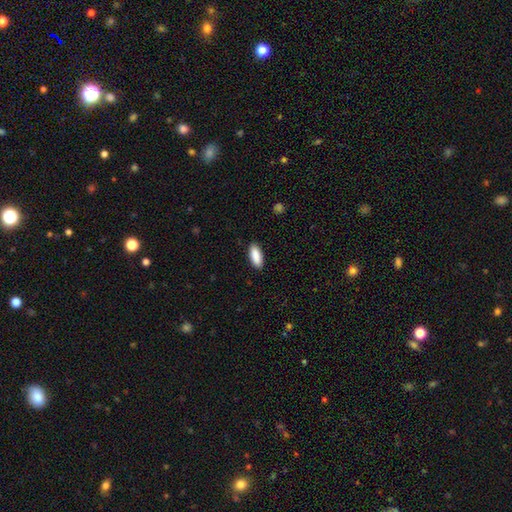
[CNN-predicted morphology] Smooth or featured? Predicted: smooth (p=0.90). How rounded? Predicted: in between (p=0.77). Merging? Predicted: none (p=0.89).